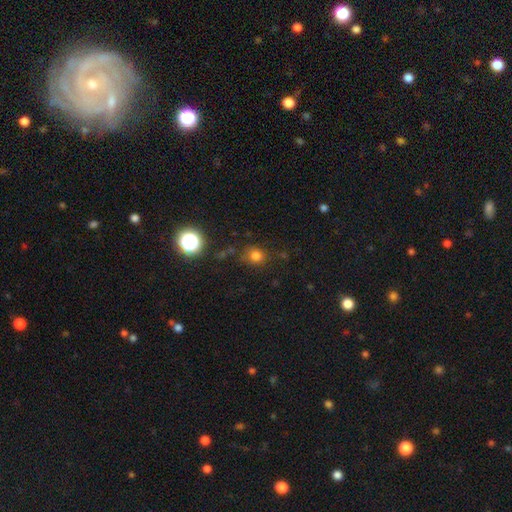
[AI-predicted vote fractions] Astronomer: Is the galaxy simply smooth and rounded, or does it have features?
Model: smooth — 74%.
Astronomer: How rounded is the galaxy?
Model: round — 80%.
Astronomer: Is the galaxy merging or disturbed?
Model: none — 74%.